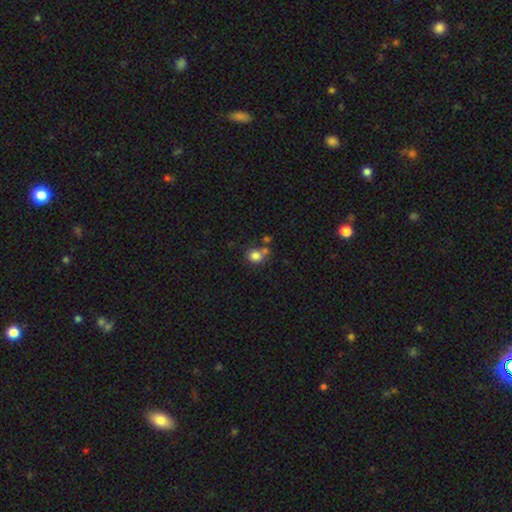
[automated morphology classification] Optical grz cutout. It shows a smooth galaxy with no disk features (81%) that is round (72%). Merging: none (55%).